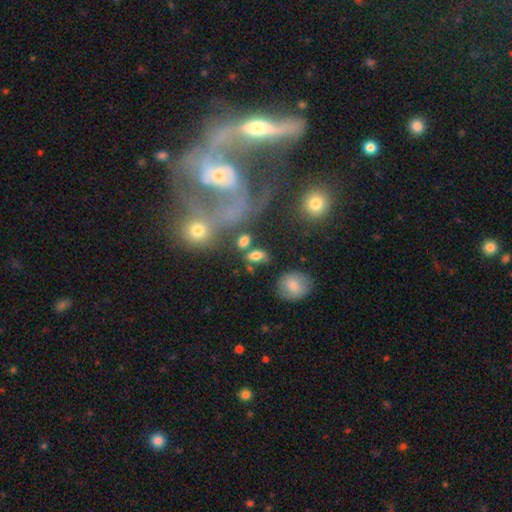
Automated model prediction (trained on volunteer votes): The model was most divided on "merging": none: 68%, minor disturbance: 14%, merger: 12%, major disturbance: 6%. More confident: how rounded — in between (85%); smooth or featured — smooth (72%).